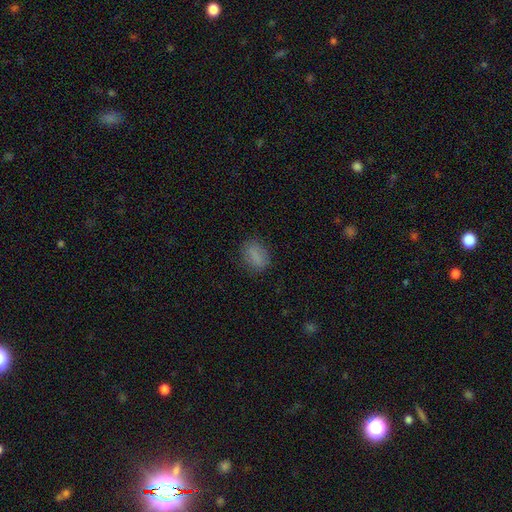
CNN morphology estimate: Smooth or featured?
  - smooth: 81% *
  - star or artifact: 10%
  - featured or disk: 9%
How rounded?
  - in between: 75% *
  - round: 23%
  - cigar-shaped: 3%
Merging?
  - none: 81% *
  - minor disturbance: 14%
  - major disturbance: 4%
  - merger: 1%